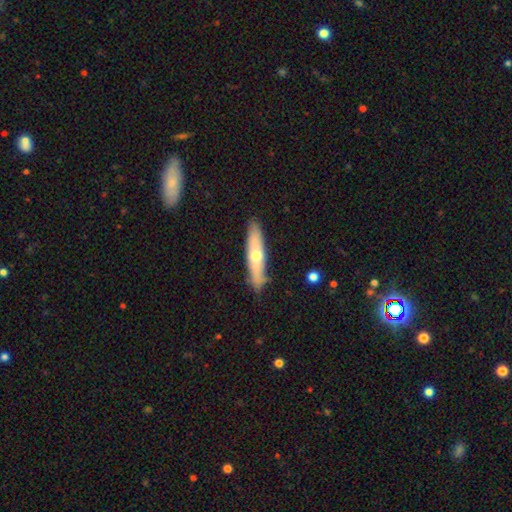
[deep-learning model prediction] A smooth galaxy with no disk features (51%) that is cigar-shaped (77%). Merging: none (81%).